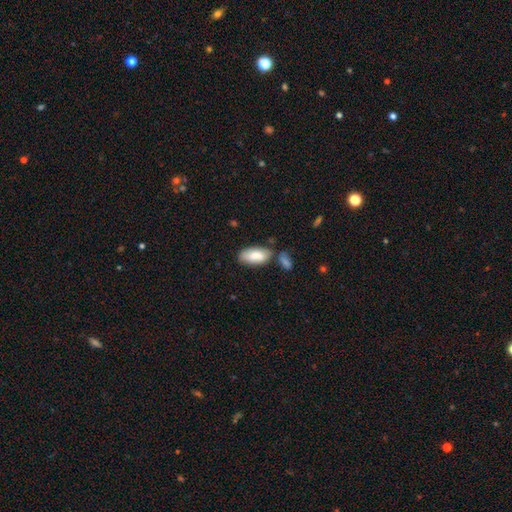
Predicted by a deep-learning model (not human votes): This appears to be a smooth galaxy with no disk features (82%) that is in between round and cigar-shaped (90%). Merging: none (61%).